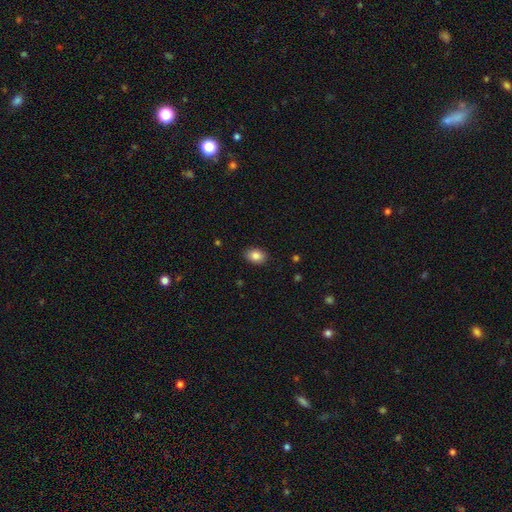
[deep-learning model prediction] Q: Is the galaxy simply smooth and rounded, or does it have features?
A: smooth — 86%.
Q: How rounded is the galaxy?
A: in between — 79%.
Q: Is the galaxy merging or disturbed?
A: none — 88%.